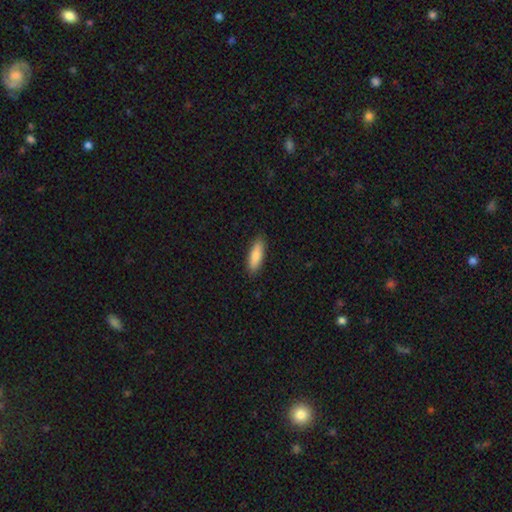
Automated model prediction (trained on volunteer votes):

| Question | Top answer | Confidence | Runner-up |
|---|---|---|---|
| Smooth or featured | smooth | 85% | featured or disk (10%) |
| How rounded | cigar-shaped | 50% | in between (48%) |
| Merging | none | 89% | minor disturbance (9%) |